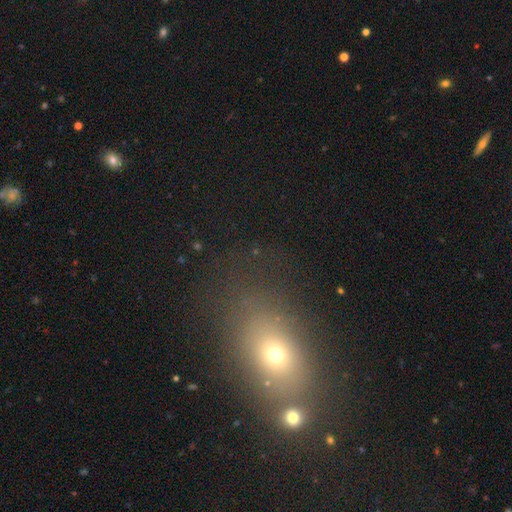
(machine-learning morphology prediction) Smooth or featured: smooth — 54% (star or artifact — 30%)
How rounded: in between — 63% (round — 32%)
Merging: none — 72% (minor disturbance — 12%)